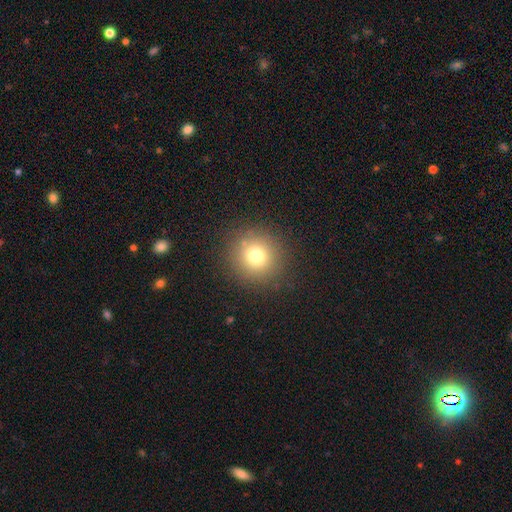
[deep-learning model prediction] This is likely a smooth galaxy (74%). How rounded: clearly round (94%). Merging: clearly none (88%).